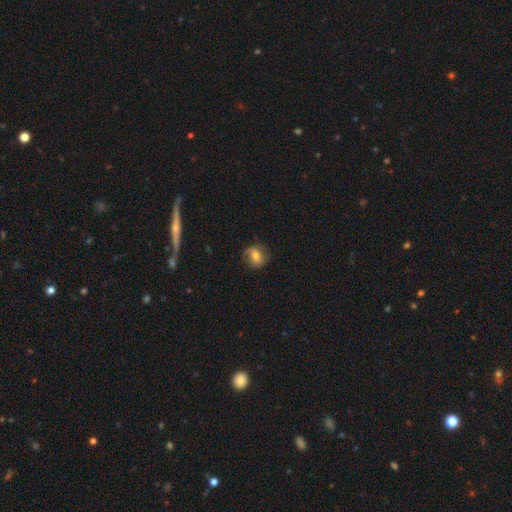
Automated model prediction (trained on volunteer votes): Morphology: type=smooth (66%); roundness=round (69%); merging=none (70%).